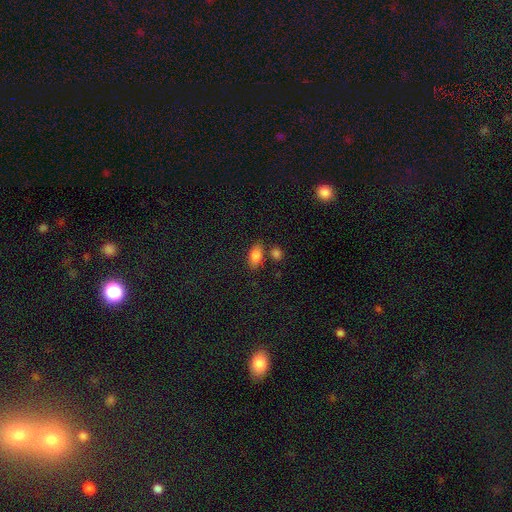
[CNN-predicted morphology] Smooth or featured?
  - smooth: 83% *
  - star or artifact: 9%
  - featured or disk: 8%
How rounded?
  - in between: 88% *
  - cigar-shaped: 6%
  - round: 6%
Merging?
  - none: 70% *
  - minor disturbance: 13%
  - merger: 13%
  - major disturbance: 4%